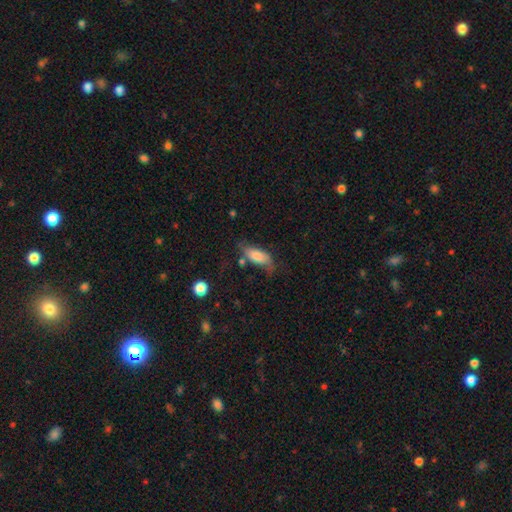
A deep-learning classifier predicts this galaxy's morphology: This appears to be a smooth galaxy with no disk features (74%) that is in between round and cigar-shaped (80%). Merging: none (50%).